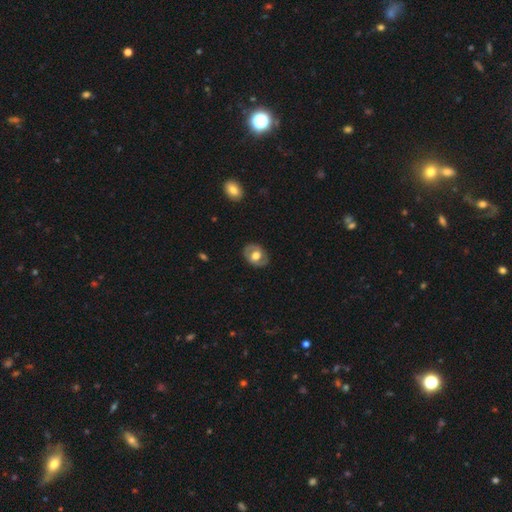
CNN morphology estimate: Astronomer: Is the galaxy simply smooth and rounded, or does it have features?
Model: featured or disk — 53% (runner-up: smooth, 41%).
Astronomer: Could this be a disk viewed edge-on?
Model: no — 95%.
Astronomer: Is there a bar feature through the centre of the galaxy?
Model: no — 60%.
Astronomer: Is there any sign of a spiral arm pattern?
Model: no — 52% (runner-up: yes, 48%).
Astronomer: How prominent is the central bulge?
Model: moderate — 56% (runner-up: large, 36%).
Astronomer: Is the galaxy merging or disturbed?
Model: none — 82%.